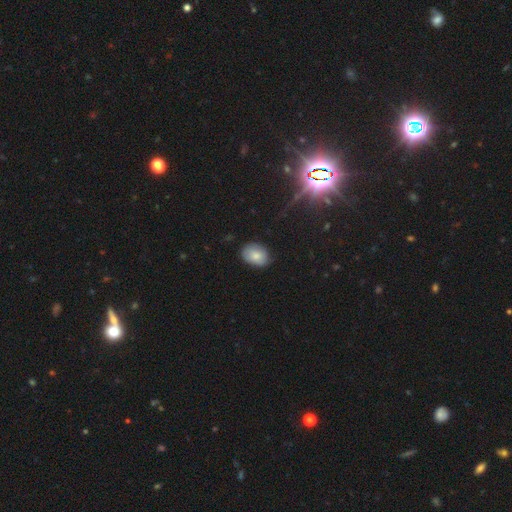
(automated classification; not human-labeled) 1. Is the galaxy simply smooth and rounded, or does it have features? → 80% smooth, 11% featured or disk, 8% star or artifact.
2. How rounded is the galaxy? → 76% in between, 23% round, 1% cigar-shaped.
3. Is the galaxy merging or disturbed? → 78% none, 18% minor disturbance, 3% major disturbance, 1% merger.